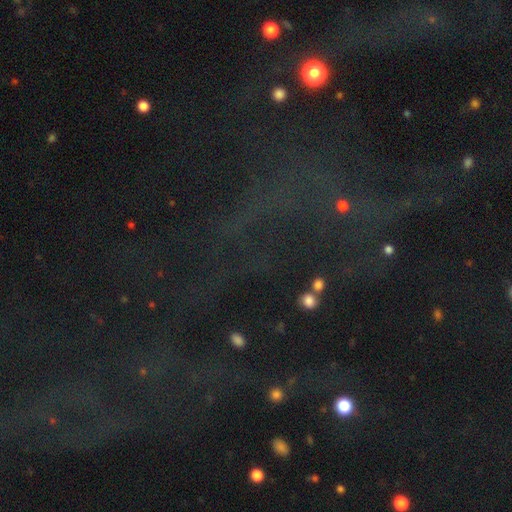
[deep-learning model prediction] A star or artifact, not a galaxy (72%).